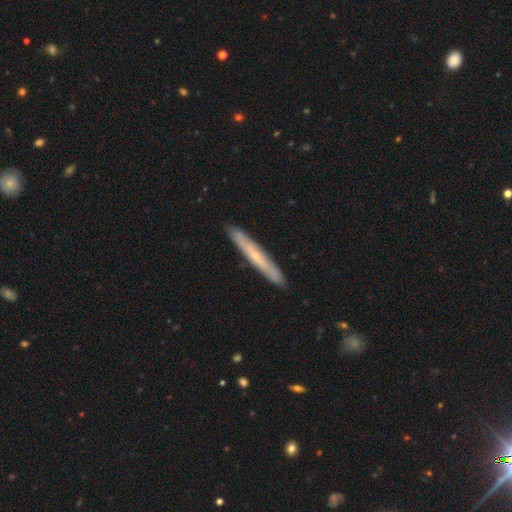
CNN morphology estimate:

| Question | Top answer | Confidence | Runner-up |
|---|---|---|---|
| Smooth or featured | featured or disk | 51% | smooth (43%) |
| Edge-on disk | yes | 88% | no (12%) |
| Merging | none | 90% | minor disturbance (8%) |